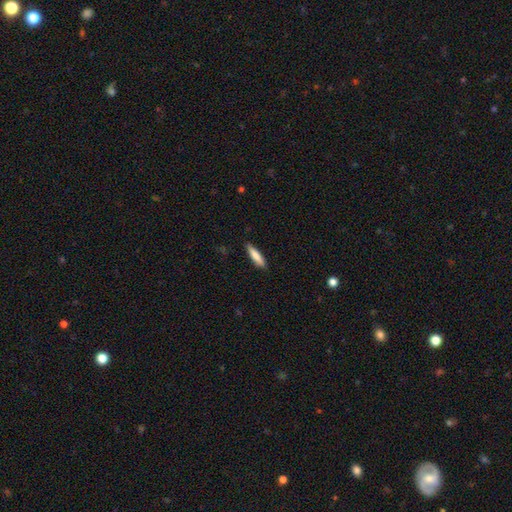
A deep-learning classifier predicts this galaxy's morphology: This is likely a smooth galaxy (76%). How rounded: likely cigar-shaped (78%). Merging: clearly none (87%).